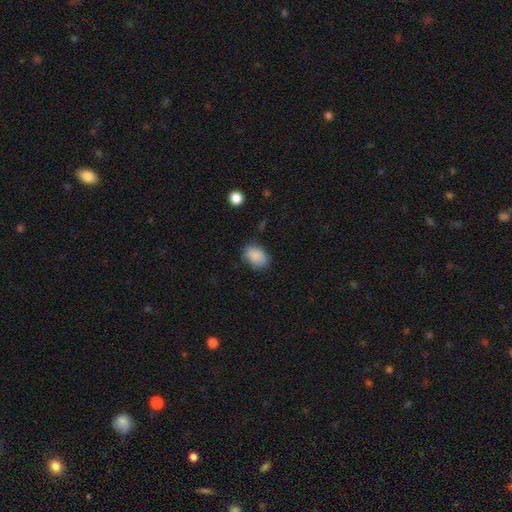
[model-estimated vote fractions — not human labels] This appears to be a smooth galaxy with no disk features (87%) that is in between round and cigar-shaped (77%). Merging: none (74%).